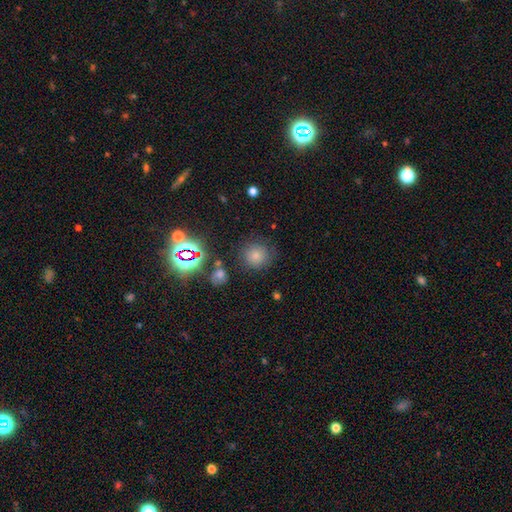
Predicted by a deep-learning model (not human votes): Smooth or featured? smooth (75%)
How rounded? round (91%)
Merging? none (81%)